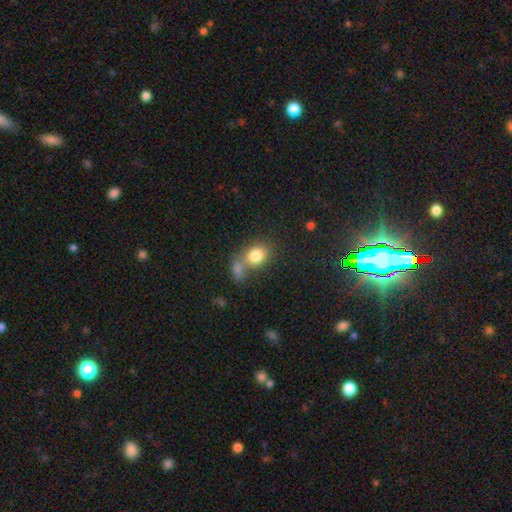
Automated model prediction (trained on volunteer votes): smooth-or-featured: smooth: 80% | featured or disk: 10% | star or artifact: 10%
  how-rounded: in between: 52% | round: 47% | cigar-shaped: 1%
  merging: merger: 45% | none: 38% | minor disturbance: 11% | major disturbance: 6%